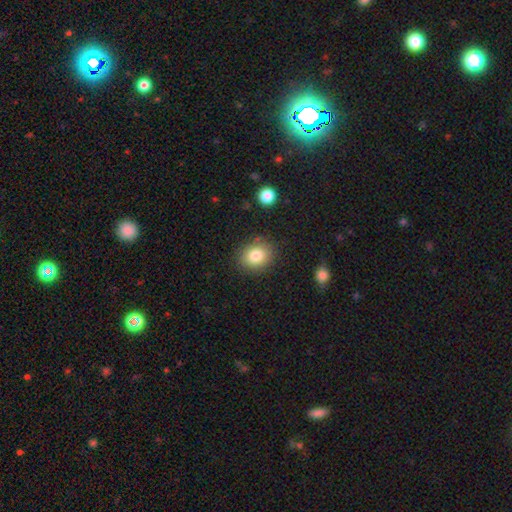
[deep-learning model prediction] A smooth galaxy with no disk features (83%) that is round (56%).

Vote fractions:
- Smooth or featured? smooth: 83% / star or artifact: 9% / featured or disk: 8%
- How rounded? round: 56% / in between: 43% / cigar-shaped: 1%
- Merging? none: 84% / minor disturbance: 11% / major disturbance: 3% / merger: 2%